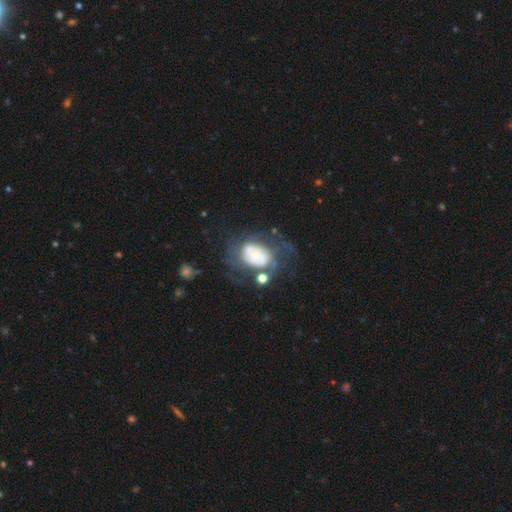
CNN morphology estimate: smooth-or-featured: featured or disk: 63% | smooth: 29% | star or artifact: 8%
  disk-edge-on: no: 96% | yes: 4%
    bar: no: 80% | weak: 16% | strong: 4%
    has-spiral-arms: yes: 61% | no: 39%
    bulge-size: small: 52% | moderate: 31% | large: 9% | none: 4% | dominant: 3%
  merging: none: 39% | major disturbance: 29% | minor disturbance: 20% | merger: 12%